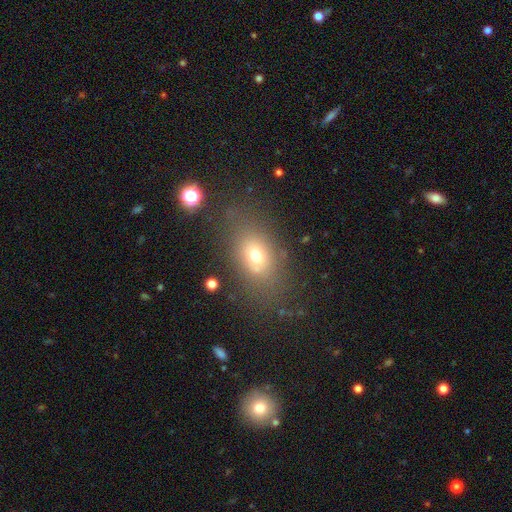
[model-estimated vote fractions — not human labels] smooth_or_featured: smooth (p=0.67) [alt: featured or disk p=0.18]
how_rounded: in between (p=0.72) [alt: round p=0.24]
merging: none (p=0.71) [alt: minor disturbance p=0.16]